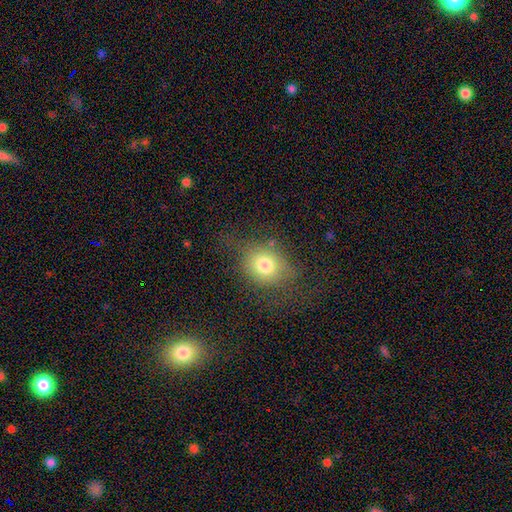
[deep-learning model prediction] smooth_or_featured: smooth (p=0.65) [alt: star or artifact p=0.19]
how_rounded: round (p=0.63) [alt: in between p=0.35]
merging: none (p=0.68) [alt: minor disturbance p=0.19]